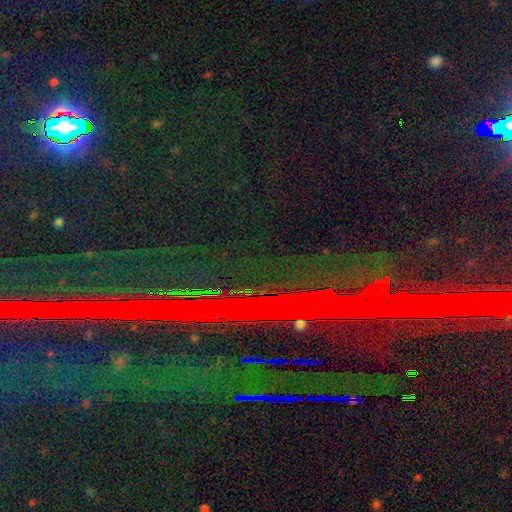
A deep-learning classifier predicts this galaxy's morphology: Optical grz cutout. It shows a star or artifact, not a galaxy (88%).